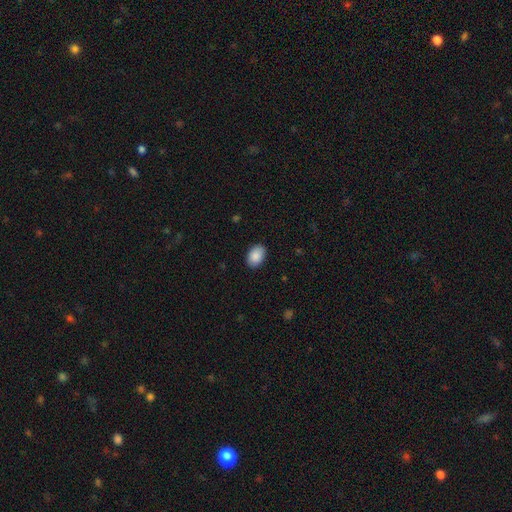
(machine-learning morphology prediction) A smooth galaxy with no disk features (90%) that is in between round and cigar-shaped (84%). Merging: none (88%).